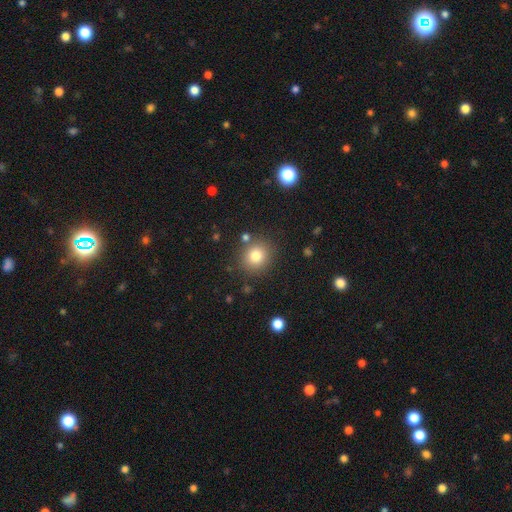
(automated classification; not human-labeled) smooth-or-featured: smooth: 80% | star or artifact: 12% | featured or disk: 8%
  how-rounded: round: 85% | in between: 14% | cigar-shaped: 1%
  merging: none: 84% | minor disturbance: 8% | merger: 4% | major disturbance: 3%